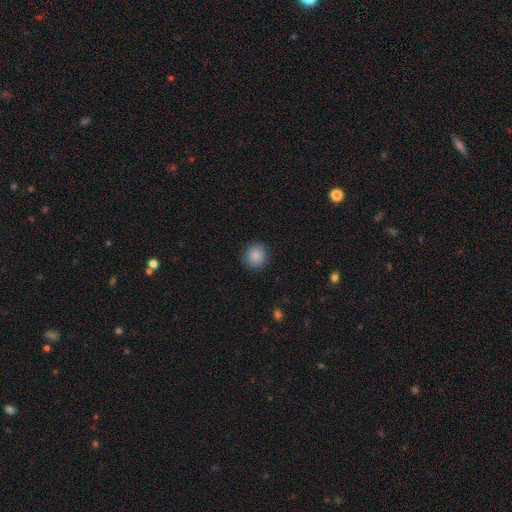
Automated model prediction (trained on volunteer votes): Smooth or featured: smooth — 87% (star or artifact — 9%)
How rounded: round — 85% (in between — 14%)
Merging: none — 87% (minor disturbance — 9%)